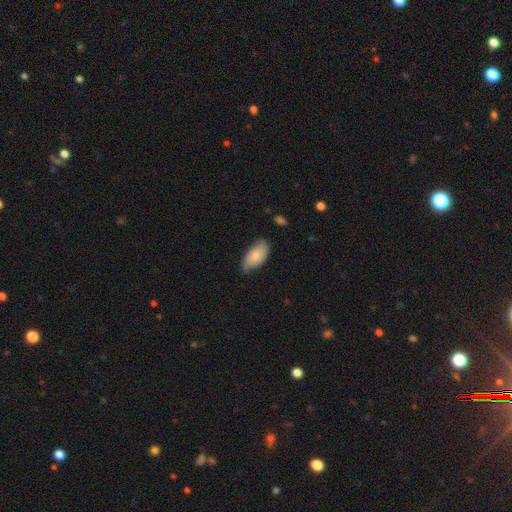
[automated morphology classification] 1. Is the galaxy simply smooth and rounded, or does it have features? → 74% smooth, 20% featured or disk, 6% star or artifact.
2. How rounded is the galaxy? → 94% in between, 4% cigar-shaped, 2% round.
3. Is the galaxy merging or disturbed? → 62% none, 32% minor disturbance, 5% major disturbance, 1% merger.